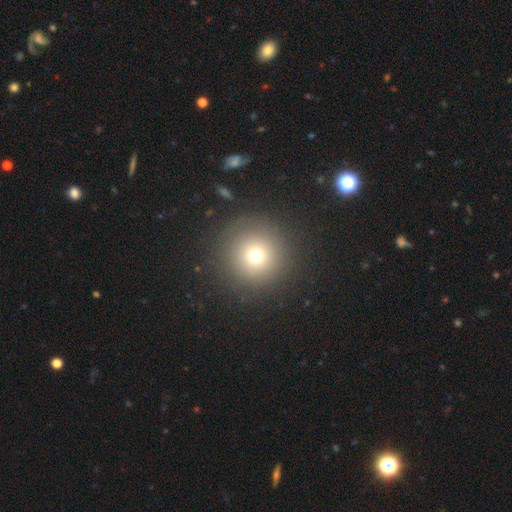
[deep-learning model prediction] Smooth or featured? Predicted: smooth (p=0.71). How rounded? Predicted: round (p=0.96). Merging? Predicted: none (p=0.88).